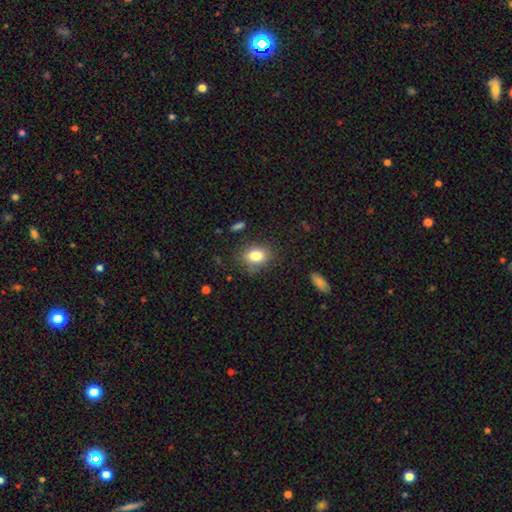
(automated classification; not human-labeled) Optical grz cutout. It shows a smooth galaxy with no disk features (82%) that is in between round and cigar-shaped (57%). Merging: none (79%).